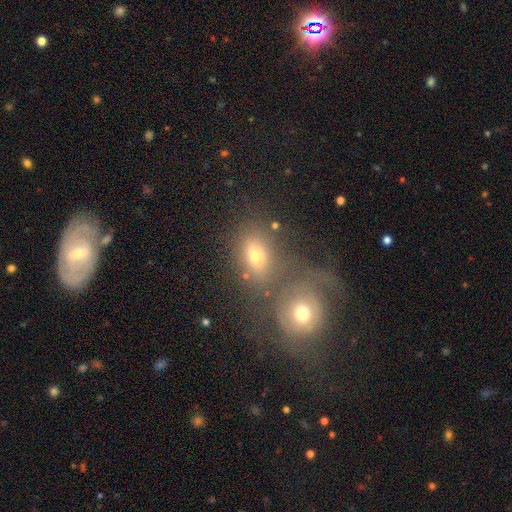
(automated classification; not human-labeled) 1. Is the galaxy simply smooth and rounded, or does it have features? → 61% smooth, 24% featured or disk, 15% star or artifact.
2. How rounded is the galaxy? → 62% in between, 36% round, 2% cigar-shaped.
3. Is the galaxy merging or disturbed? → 46% merger, 36% none, 10% minor disturbance, 8% major disturbance.